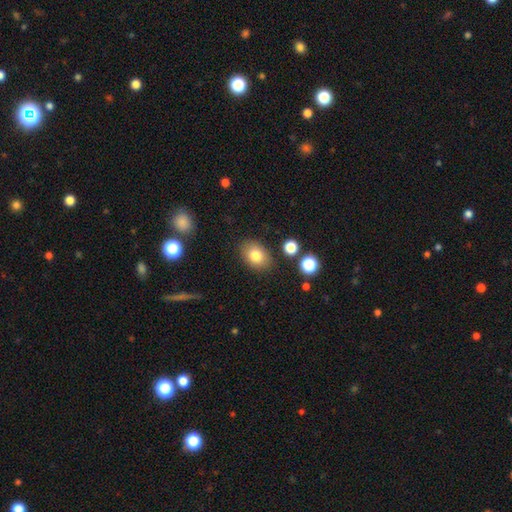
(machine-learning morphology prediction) A smooth galaxy with no disk features (80%) that is in between round and cigar-shaped (73%).

Vote fractions:
- Smooth or featured? smooth: 80% / featured or disk: 11% / star or artifact: 9%
- How rounded? in between: 73% / round: 26% / cigar-shaped: 1%
- Merging? none: 83% / minor disturbance: 11% / major disturbance: 3% / merger: 3%